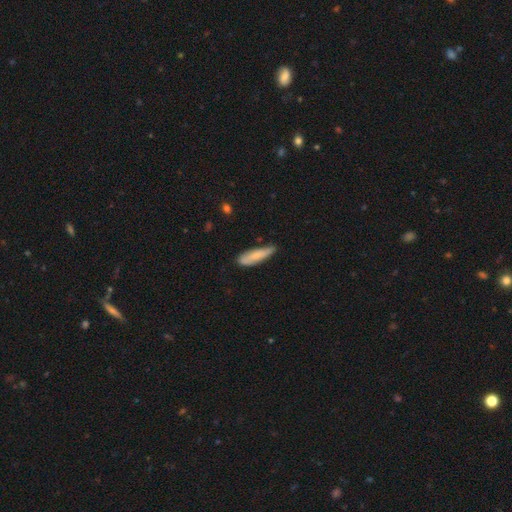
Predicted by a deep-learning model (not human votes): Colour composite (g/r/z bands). It shows a smooth galaxy with no disk features (75%) that is cigar-shaped (70%). Merging: none (64%).